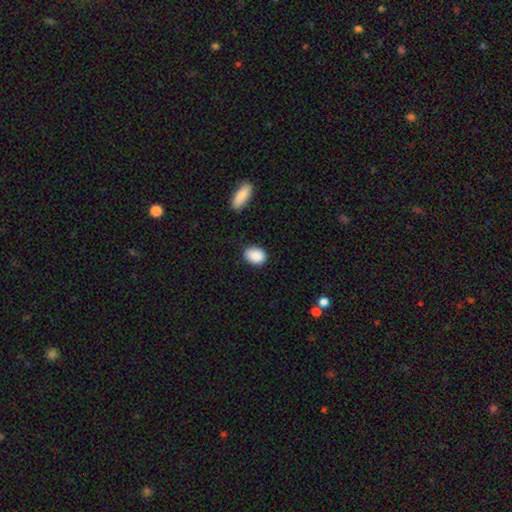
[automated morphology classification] Overall: smooth (89%). How rounded: in between (78%). Merging: none (82%).